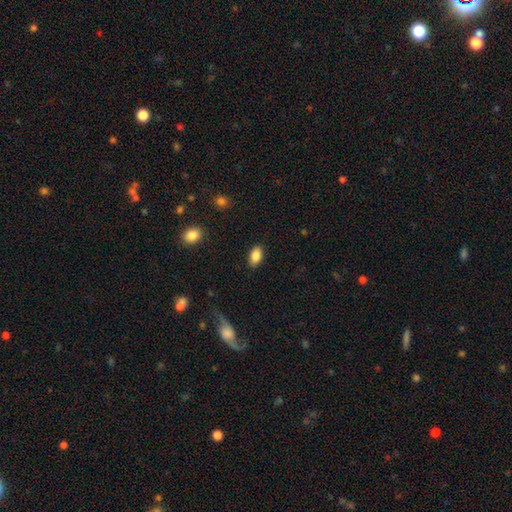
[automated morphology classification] This is clearly a smooth galaxy (86%). How rounded: clearly in between (92%). Merging: clearly none (88%).